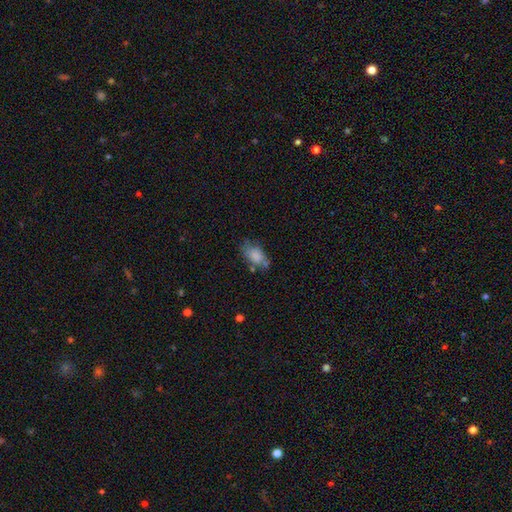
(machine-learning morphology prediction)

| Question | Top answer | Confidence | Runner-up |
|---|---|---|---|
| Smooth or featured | smooth | 77% | featured or disk (15%) |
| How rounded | in between | 89% | round (9%) |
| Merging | none | 51% | minor disturbance (28%) |